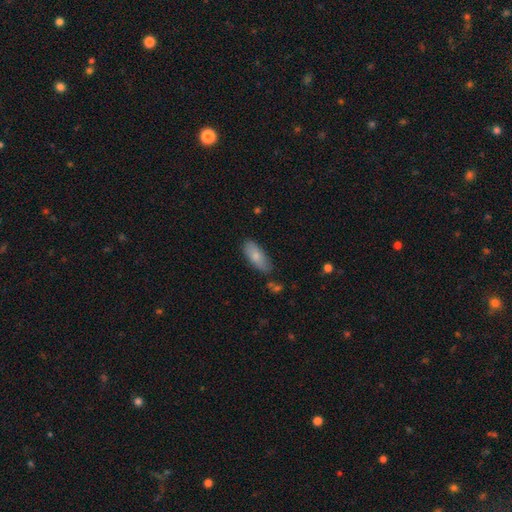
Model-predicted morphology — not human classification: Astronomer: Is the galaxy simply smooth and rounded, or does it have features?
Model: smooth — 80%.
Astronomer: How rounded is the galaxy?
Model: in between — 82%.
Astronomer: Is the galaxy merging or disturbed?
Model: none — 72%.